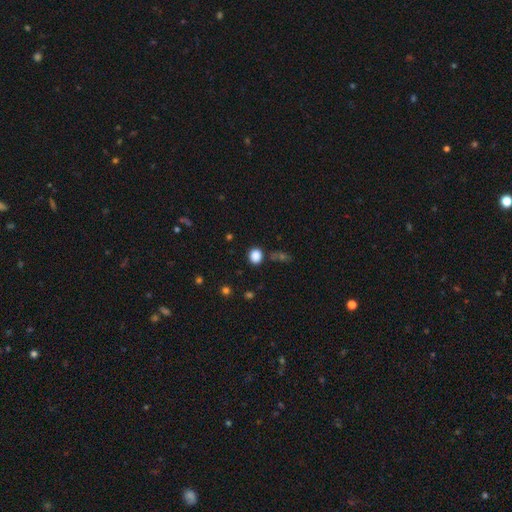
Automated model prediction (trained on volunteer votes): Smooth or featured? Predicted: smooth (p=0.85). How rounded? Predicted: round (p=0.62). Merging? Predicted: none (p=0.78).